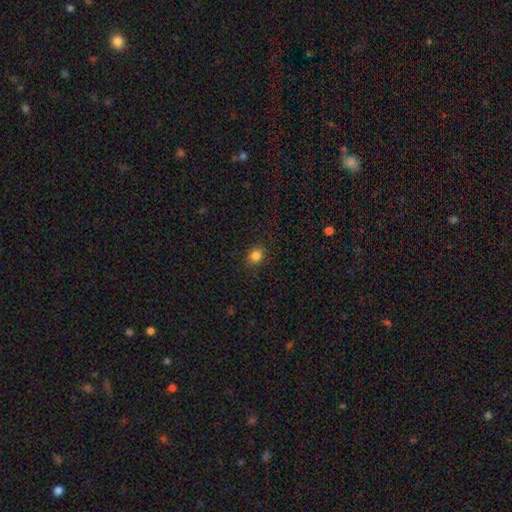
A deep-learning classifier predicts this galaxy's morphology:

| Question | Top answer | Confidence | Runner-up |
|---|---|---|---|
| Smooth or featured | smooth | 84% | star or artifact (12%) |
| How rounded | round | 62% | in between (37%) |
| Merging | none | 86% | minor disturbance (10%) |